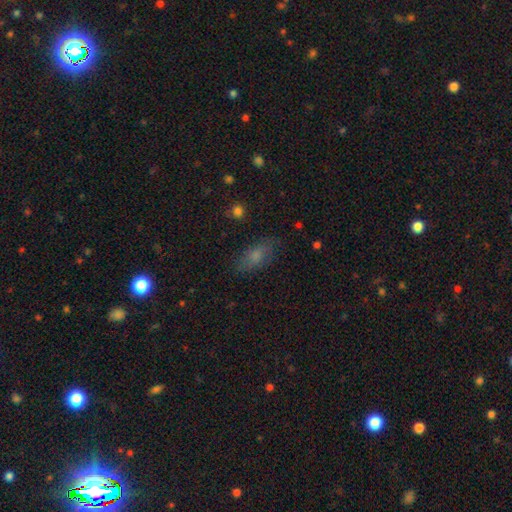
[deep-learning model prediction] This appears to be a smooth galaxy with no disk features (66%) that is in between round and cigar-shaped (80%). Merging: none (79%).